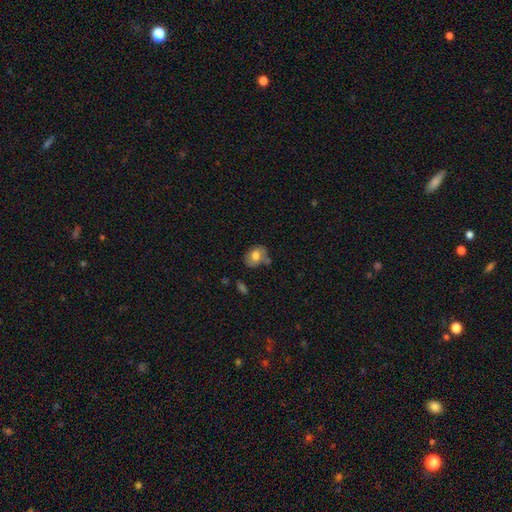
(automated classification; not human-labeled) A smooth galaxy with no disk features (68%) that is in between round and cigar-shaped (56%).

Vote fractions:
- Smooth or featured? smooth: 68% / featured or disk: 24% / star or artifact: 8%
- How rounded? in between: 56% / round: 43% / cigar-shaped: 1%
- Merging? none: 59% / minor disturbance: 26% / merger: 9% / major disturbance: 7%